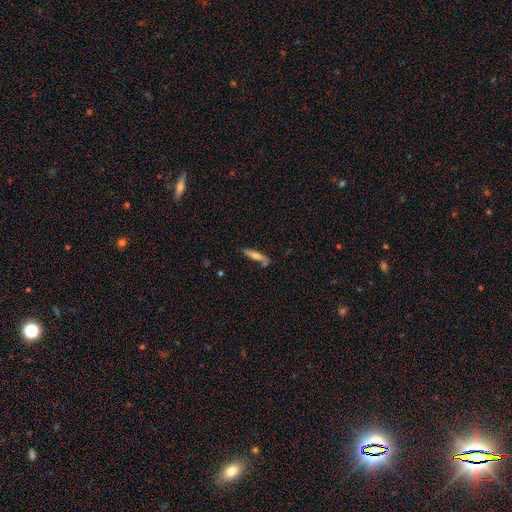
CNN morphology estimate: Q: Smooth or featured?
A: smooth (56%); runner-up: featured or disk (37%)
Q: How rounded?
A: cigar-shaped (83%); runner-up: in between (15%)
Q: Merging?
A: none (70%); runner-up: minor disturbance (17%)